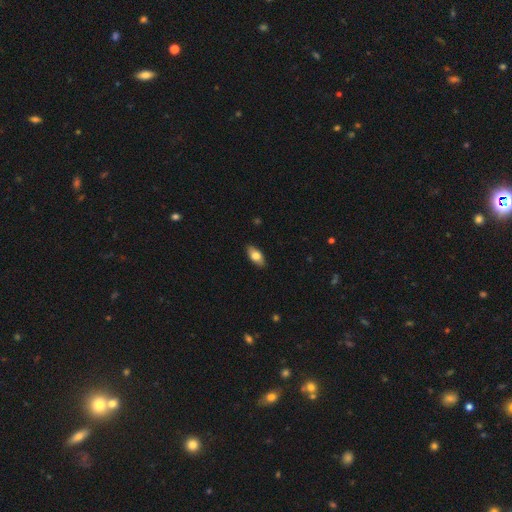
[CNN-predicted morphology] This appears to be a smooth galaxy with no disk features (78%) that is in between round and cigar-shaped (90%). Merging: none (88%).